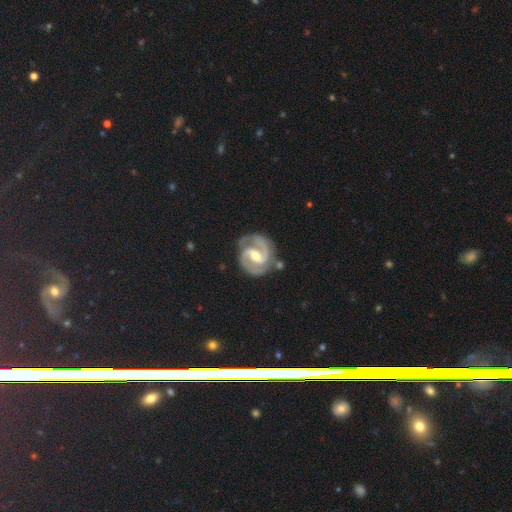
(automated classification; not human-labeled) A featured or disk galaxy (92%) with a weak bar (45%), 2 (93%) medium (54%) spiral arms (98%) and a moderate central bulge (60%).

Vote fractions:
- Smooth or featured? featured or disk: 92% / smooth: 4% / star or artifact: 4%
- Edge-on disk? no: 98% / yes: 2%
- Bar? weak: 45% / strong: 39% / no: 16%
- Spiral arms? yes: 98% / no: 2%
- Spiral winding? medium: 54% / tight: 39% / loose: 7%
- Spiral arm count? 2: 93% / 3: 2% / can't tell: 2% / 1: 1% / 4: 1% / more than 4: 1%
- Bulge size? moderate: 60% / small: 36% / large: 3% / none: 1% / dominant: 1%
- Merging? none: 79% / minor disturbance: 14% / major disturbance: 4% / merger: 3%